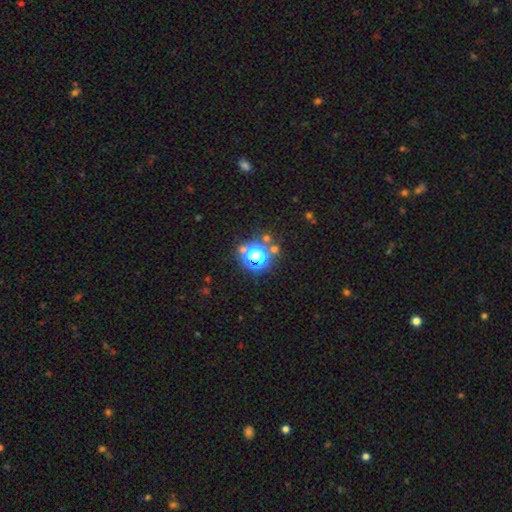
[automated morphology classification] This is possibly a star or artifact rather than a galaxy (47%).